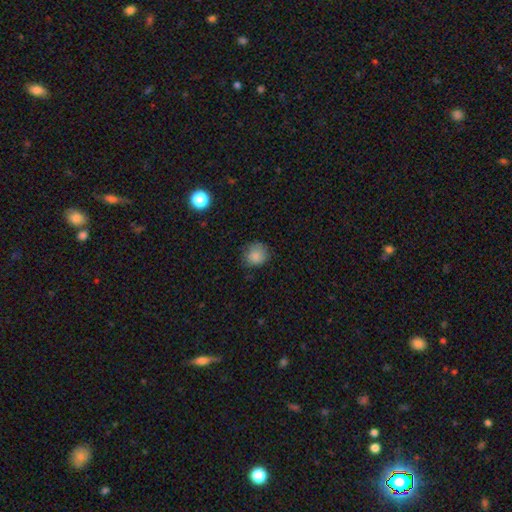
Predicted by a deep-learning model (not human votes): A smooth galaxy with no disk features (84%) that is round (86%).

Vote fractions:
- Smooth or featured? smooth: 84% / star or artifact: 10% / featured or disk: 5%
- How rounded? round: 86% / in between: 13% / cigar-shaped: 1%
- Merging? none: 76% / minor disturbance: 19% / major disturbance: 4% / merger: 1%